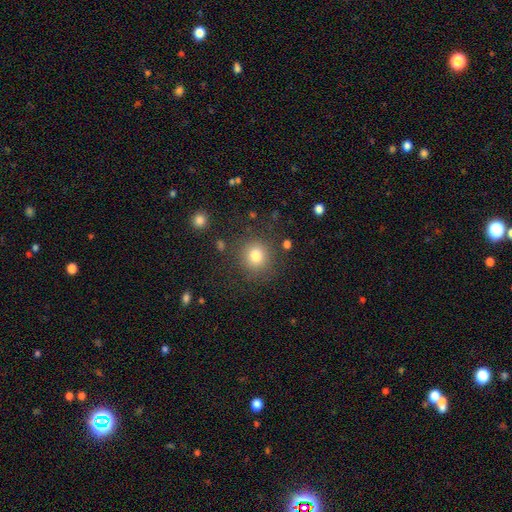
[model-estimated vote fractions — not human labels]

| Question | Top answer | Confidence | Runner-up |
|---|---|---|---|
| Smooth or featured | smooth | 80% | star or artifact (12%) |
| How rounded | round | 90% | in between (9%) |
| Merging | none | 84% | minor disturbance (9%) |